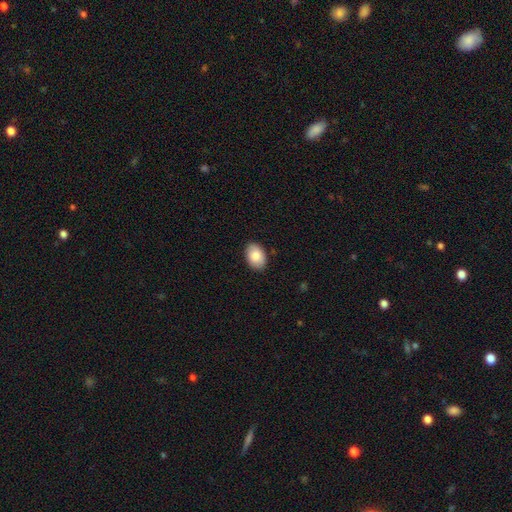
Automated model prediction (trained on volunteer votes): A smooth galaxy with no disk features (85%) that is in between round and cigar-shaped (87%).

Vote fractions:
- Smooth or featured? smooth: 85% / featured or disk: 9% / star or artifact: 6%
- How rounded? in between: 87% / round: 12% / cigar-shaped: 1%
- Merging? none: 88% / minor disturbance: 9% / major disturbance: 2% / merger: 1%